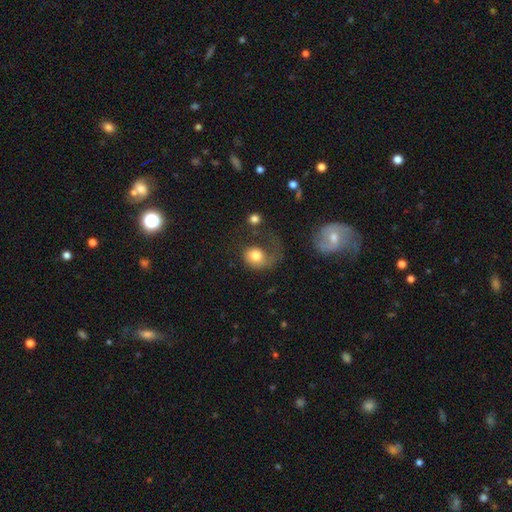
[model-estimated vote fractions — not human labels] This is likely a smooth galaxy (66%). How rounded: likely round (62%). Merging: possibly major disturbance (52%).